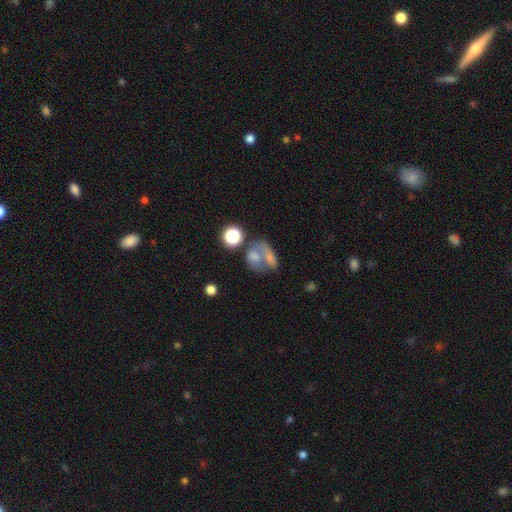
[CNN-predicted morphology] This appears to be a smooth galaxy with no disk features (62%) that is in between round and cigar-shaped (55%). Merging: merger (48%).